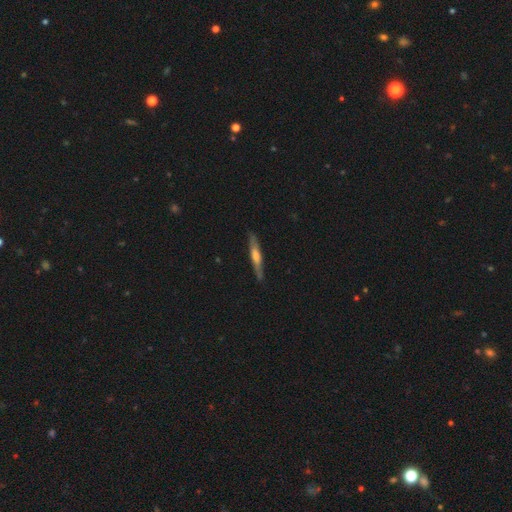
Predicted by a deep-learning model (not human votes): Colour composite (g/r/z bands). It shows a featured or disk galaxy (56%) viewed edge-on (92%) with a rounded central bulge (63%). Merging: none (87%).